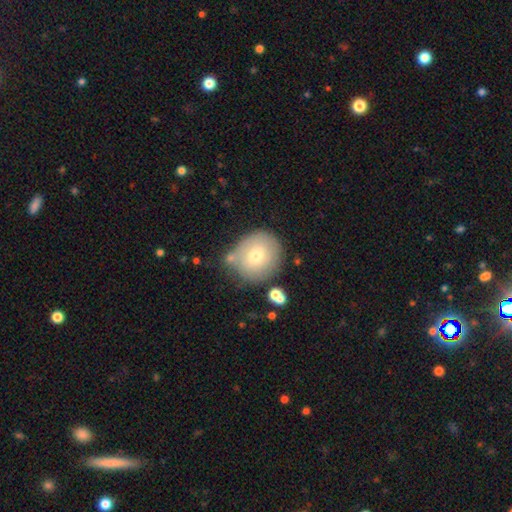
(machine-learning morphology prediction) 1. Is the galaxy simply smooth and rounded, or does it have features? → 69% smooth, 22% featured or disk, 9% star or artifact.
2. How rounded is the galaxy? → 84% round, 15% in between, 1% cigar-shaped.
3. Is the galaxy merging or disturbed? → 68% none, 17% minor disturbance, 9% merger, 5% major disturbance.